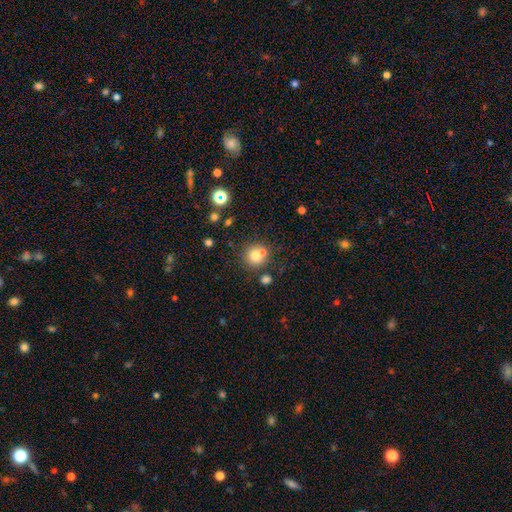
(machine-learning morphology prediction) Q: Smooth or featured?
A: smooth (74%); runner-up: star or artifact (14%)
Q: How rounded?
A: round (90%); runner-up: in between (9%)
Q: Merging?
A: none (59%); runner-up: merger (29%)